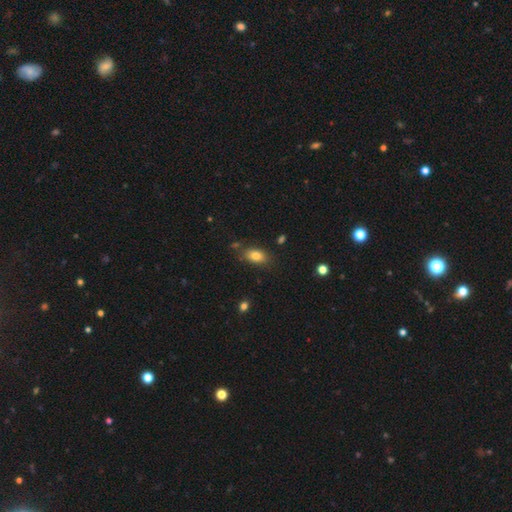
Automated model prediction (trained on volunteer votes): Smooth or featured? smooth (81%)
How rounded? in between (87%)
Merging? none (79%)